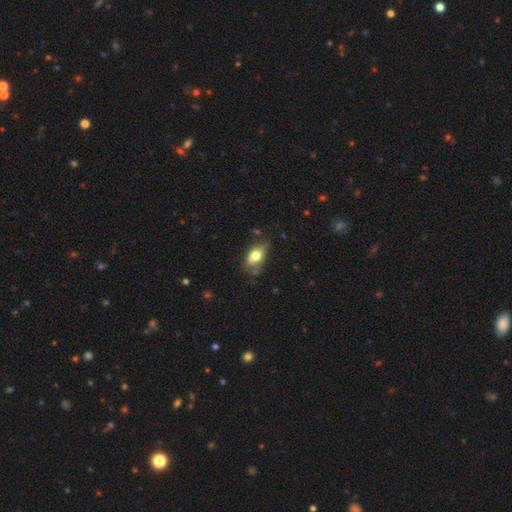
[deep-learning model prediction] Smooth or featured?
  - smooth: 66% *
  - featured or disk: 26%
  - star or artifact: 8%
How rounded?
  - in between: 80% *
  - round: 12%
  - cigar-shaped: 8%
Merging?
  - none: 53% *
  - minor disturbance: 31%
  - major disturbance: 12%
  - merger: 4%